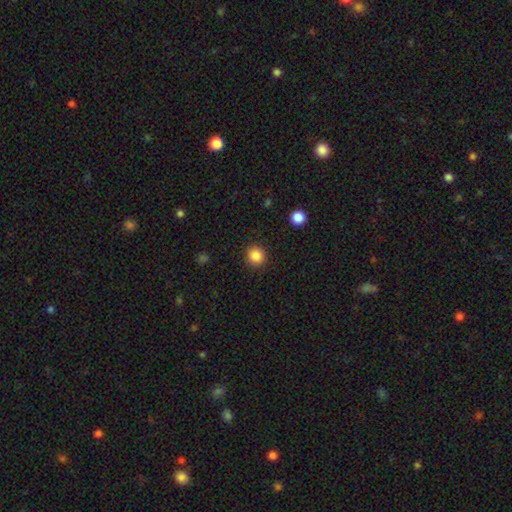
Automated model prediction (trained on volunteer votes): Q: Smooth or featured?
A: smooth (86%); runner-up: star or artifact (10%)
Q: How rounded?
A: round (92%); runner-up: in between (7%)
Q: Merging?
A: none (92%); runner-up: minor disturbance (5%)